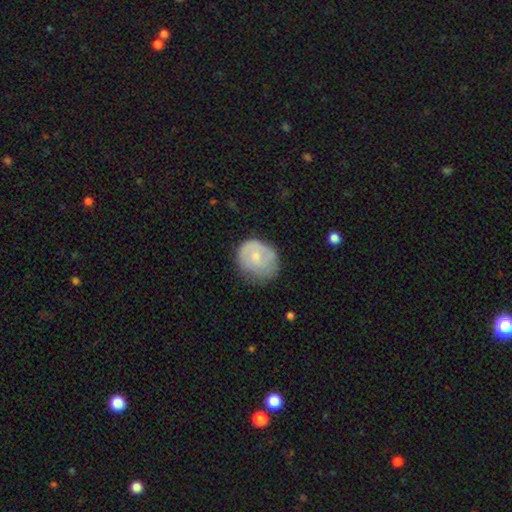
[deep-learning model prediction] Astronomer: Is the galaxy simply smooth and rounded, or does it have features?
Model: smooth — 53% (runner-up: featured or disk, 40%).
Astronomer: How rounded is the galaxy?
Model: round — 71%.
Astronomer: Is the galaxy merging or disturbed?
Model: none — 55%.